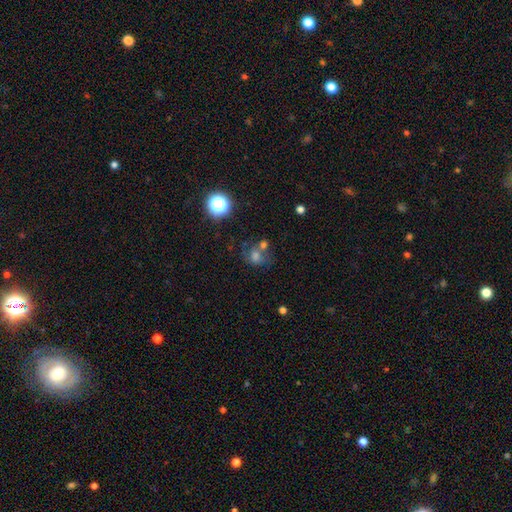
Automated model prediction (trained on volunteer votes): Smooth or featured? smooth (54%)
How rounded? round (68%)
Merging? none (44%)